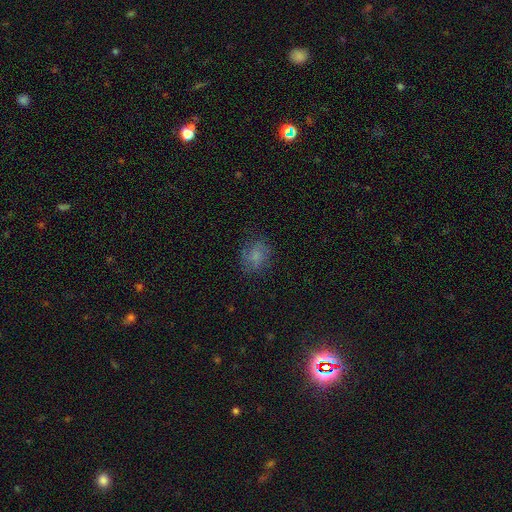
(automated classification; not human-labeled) Smooth or featured? smooth (66%)
How rounded? round (60%)
Merging? none (72%)